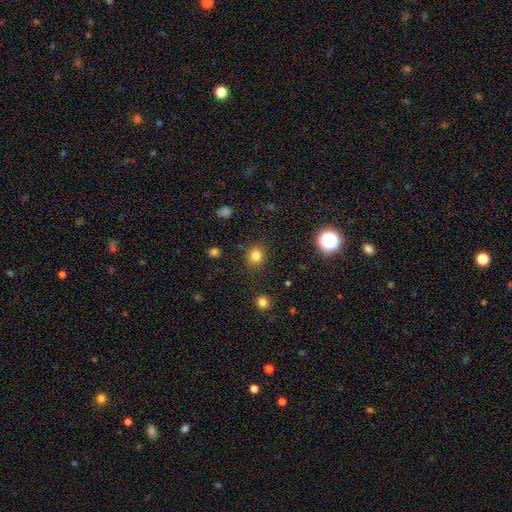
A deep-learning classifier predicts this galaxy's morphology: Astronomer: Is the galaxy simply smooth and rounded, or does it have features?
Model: smooth — 81%.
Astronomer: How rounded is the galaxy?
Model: round — 84%.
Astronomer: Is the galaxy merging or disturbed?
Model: none — 88%.